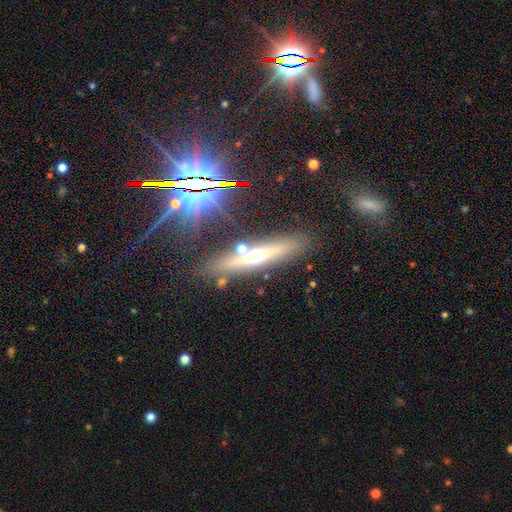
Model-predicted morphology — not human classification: Overall: featured or disk (56%; smooth 29%). Edge-on disk: yes (89%). Merging: none (80%).